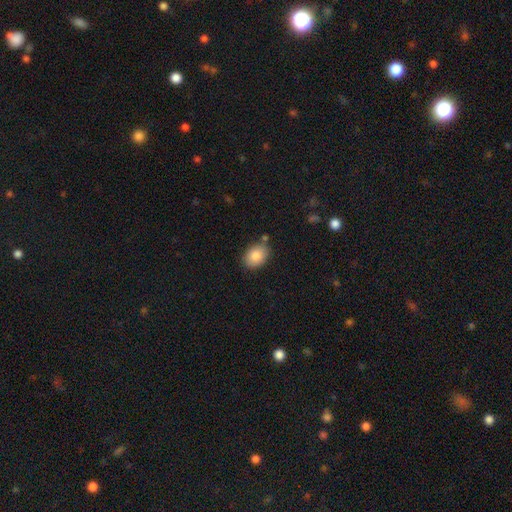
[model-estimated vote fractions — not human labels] Q: Smooth or featured?
A: smooth (86%); runner-up: star or artifact (7%)
Q: How rounded?
A: in between (74%); runner-up: round (25%)
Q: Merging?
A: none (78%); runner-up: minor disturbance (14%)